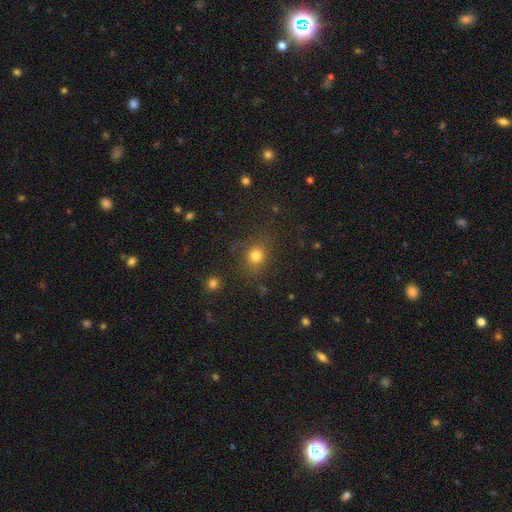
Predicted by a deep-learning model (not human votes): Smooth or featured? Predicted: smooth (p=0.77). How rounded? Predicted: round (p=0.77). Merging? Predicted: none (p=0.78).